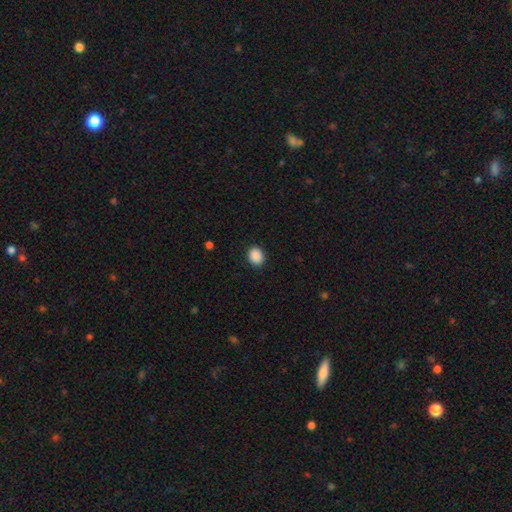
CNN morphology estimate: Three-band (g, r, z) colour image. It shows a smooth galaxy with no disk features (90%) that is round (55%). Merging: none (89%).